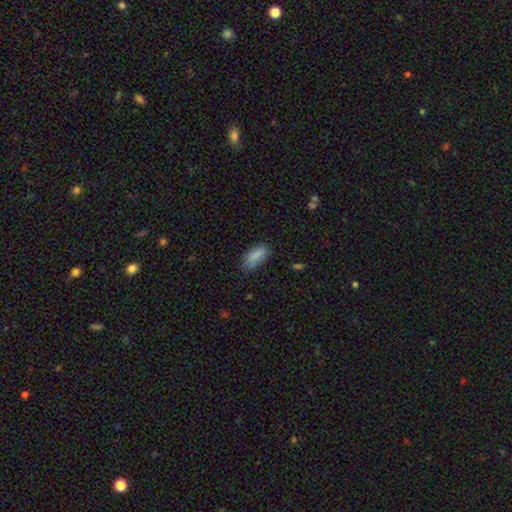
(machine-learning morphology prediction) smooth 86%, star or artifact 8%, featured or disk 6%. Down the decision tree: how rounded — in between (84%); merging — none (71%).